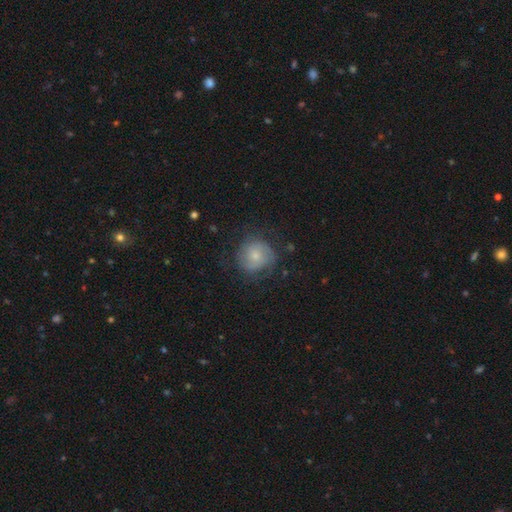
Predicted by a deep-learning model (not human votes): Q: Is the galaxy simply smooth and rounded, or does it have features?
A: featured or disk — 48%.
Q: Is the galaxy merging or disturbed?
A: none — 65%.